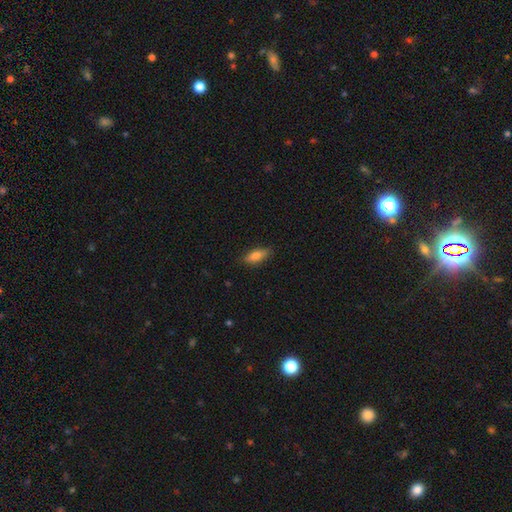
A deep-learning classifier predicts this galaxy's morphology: This is likely a smooth galaxy (77%). How rounded: likely in between (66%). Merging: clearly none (83%).